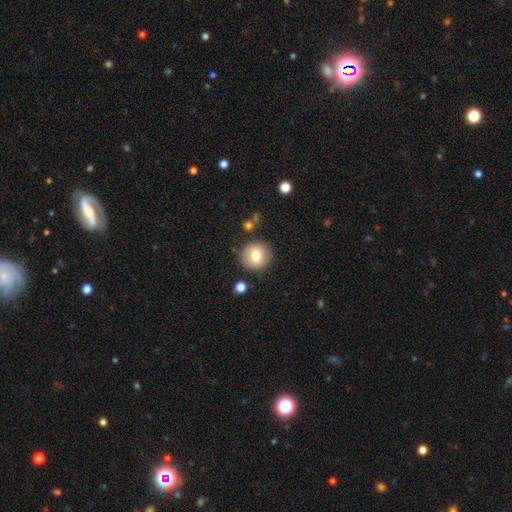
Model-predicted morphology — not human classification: smooth 76%, featured or disk 15%, star or artifact 9%. Down the decision tree: how rounded — round (91%); merging — none (85%).